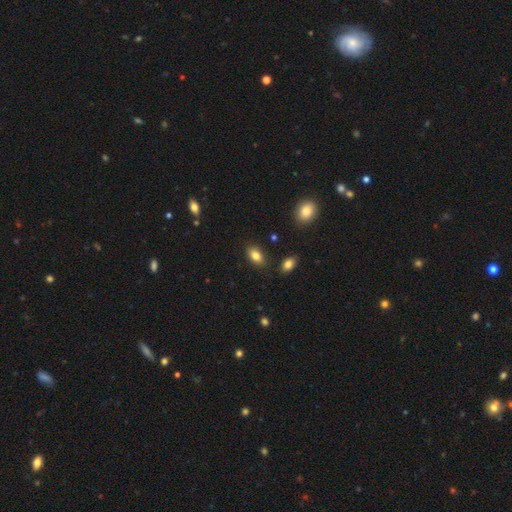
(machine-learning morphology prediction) Smooth or featured? smooth (83%)
How rounded? in between (89%)
Merging? none (85%)